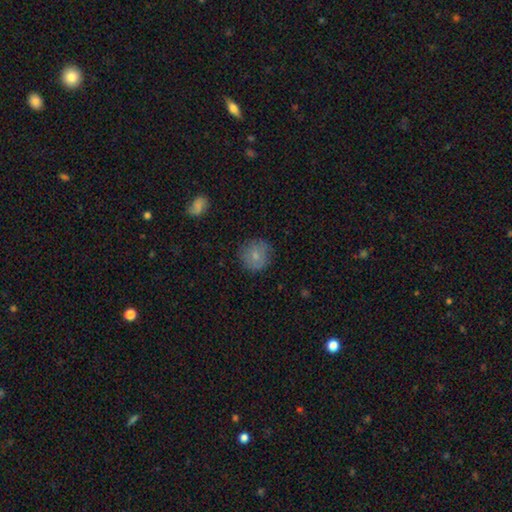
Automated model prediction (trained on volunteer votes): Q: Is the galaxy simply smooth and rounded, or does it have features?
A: smooth — 77%.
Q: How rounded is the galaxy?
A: round — 91%.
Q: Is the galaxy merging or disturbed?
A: none — 80%.